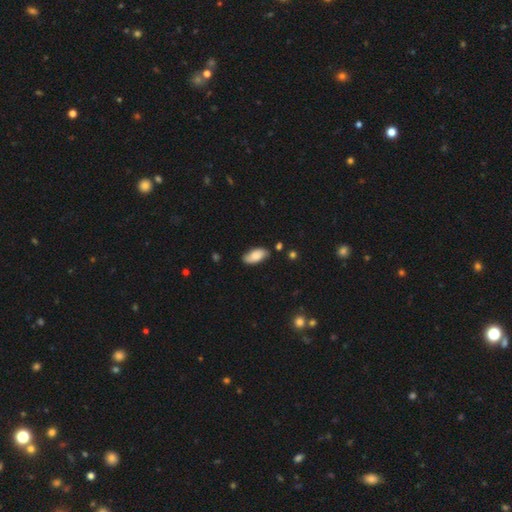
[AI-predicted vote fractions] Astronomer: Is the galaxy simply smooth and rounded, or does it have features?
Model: smooth — 79%.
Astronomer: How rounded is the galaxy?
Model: in between — 91%.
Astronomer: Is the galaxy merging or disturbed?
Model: none — 77%.